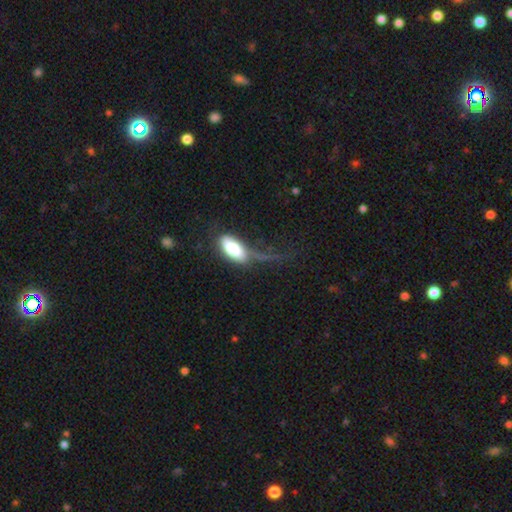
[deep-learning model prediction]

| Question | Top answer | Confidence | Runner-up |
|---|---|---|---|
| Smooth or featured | smooth | 58% | featured or disk (26%) |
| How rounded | in between | 74% | cigar-shaped (17%) |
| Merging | major disturbance | 51% | none (23%) |